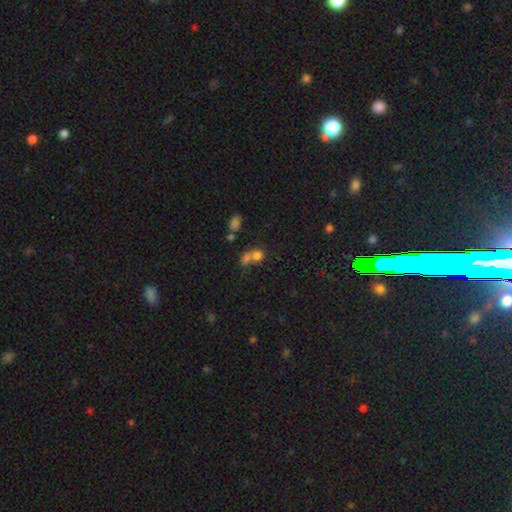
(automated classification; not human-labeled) A smooth galaxy with no disk features (73%) that is round (69%).

Vote fractions:
- Smooth or featured? smooth: 73% / star or artifact: 15% / featured or disk: 12%
- How rounded? round: 69% / in between: 30% / cigar-shaped: 2%
- Merging? merger: 57% / none: 31% / minor disturbance: 7% / major disturbance: 6%